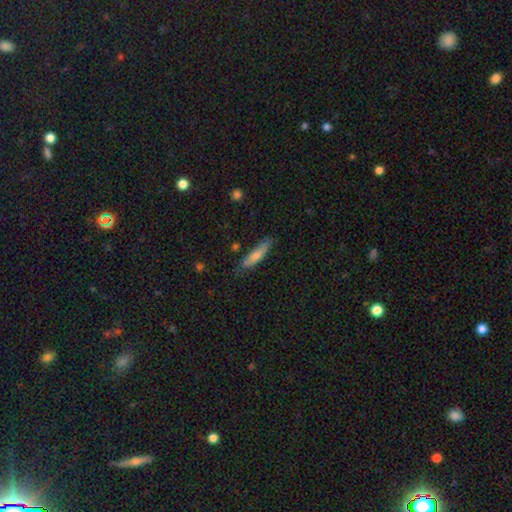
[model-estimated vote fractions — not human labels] The model was most divided on "smooth or featured": smooth: 67%, featured or disk: 26%, star or artifact: 7%. More confident: how rounded — cigar-shaped (83%); merging — none (78%).